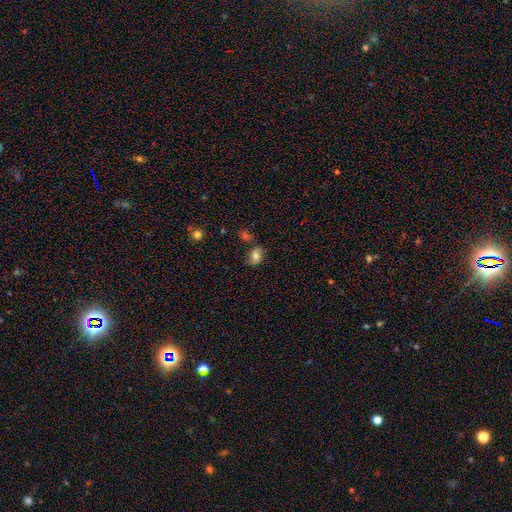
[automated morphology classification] The model was most divided on "merging": none: 68%, minor disturbance: 20%, merger: 7%, major disturbance: 5%. More confident: how rounded — in between (76%); smooth or featured — smooth (75%).